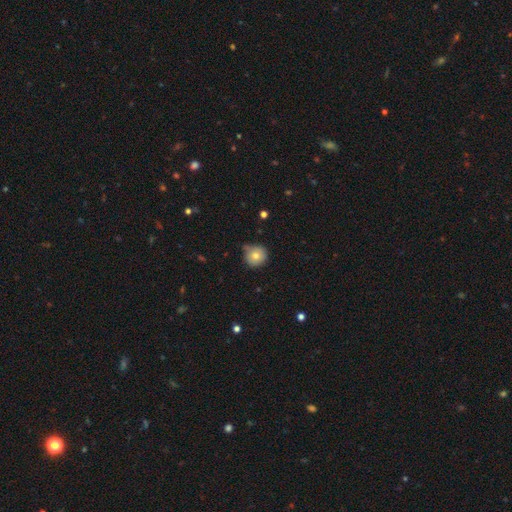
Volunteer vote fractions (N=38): This is likely a smooth galaxy (79%). How rounded: clearly round (97%). Merging: clearly none (86%).